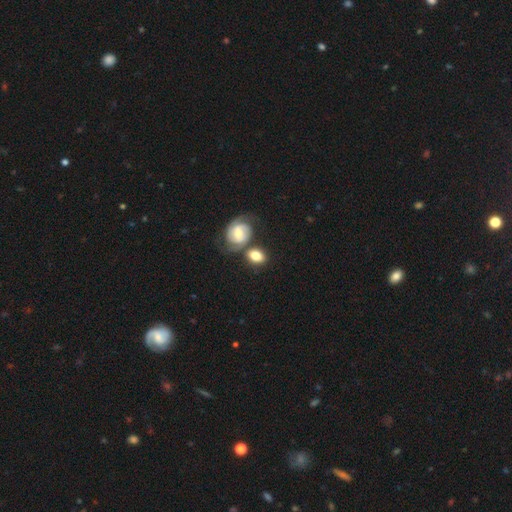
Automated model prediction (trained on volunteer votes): A smooth galaxy with no disk features (67%) that is in between round and cigar-shaped (65%).

Vote fractions:
- Smooth or featured? smooth: 67% / featured or disk: 26% / star or artifact: 7%
- How rounded? in between: 65% / round: 34% / cigar-shaped: 2%
- Merging? none: 52% / merger: 28% / minor disturbance: 15% / major disturbance: 6%